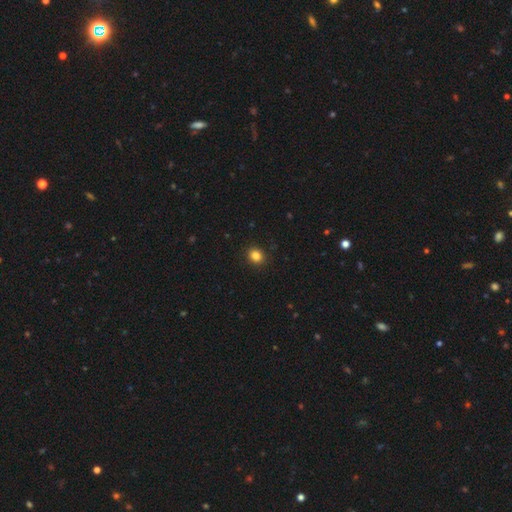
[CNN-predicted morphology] smooth 85%, star or artifact 11%, featured or disk 4%. Down the decision tree: how rounded — round (74%); merging — none (92%).